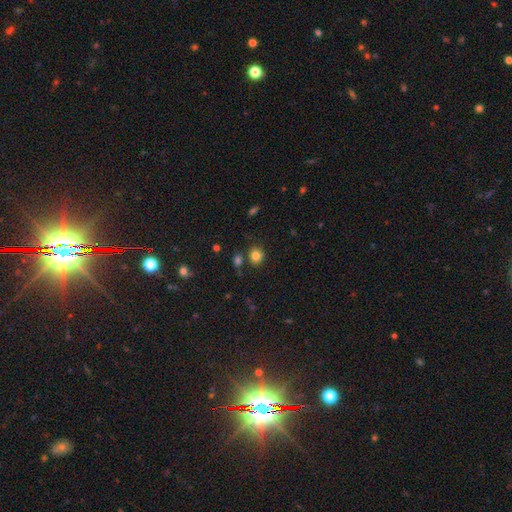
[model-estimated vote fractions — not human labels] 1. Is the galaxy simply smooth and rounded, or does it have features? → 82% smooth, 12% star or artifact, 6% featured or disk.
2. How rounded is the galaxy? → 78% round, 21% in between, 1% cigar-shaped.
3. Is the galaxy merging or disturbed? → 77% none, 11% minor disturbance, 8% merger, 4% major disturbance.